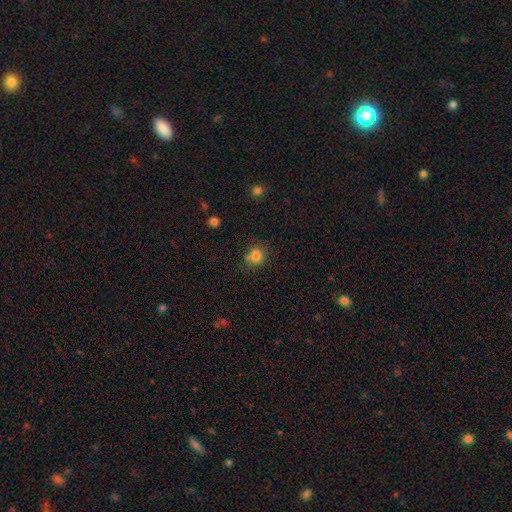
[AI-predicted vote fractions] smooth_or_featured: smooth (p=0.80) [alt: star or artifact p=0.13]
how_rounded: round (p=0.80) [alt: in between p=0.19]
merging: none (p=0.67) [alt: minor disturbance p=0.17]